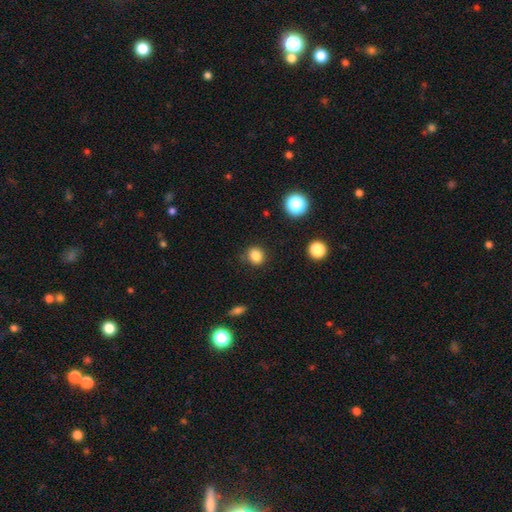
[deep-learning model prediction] Smooth or featured? smooth (84%)
How rounded? round (80%)
Merging? none (84%)